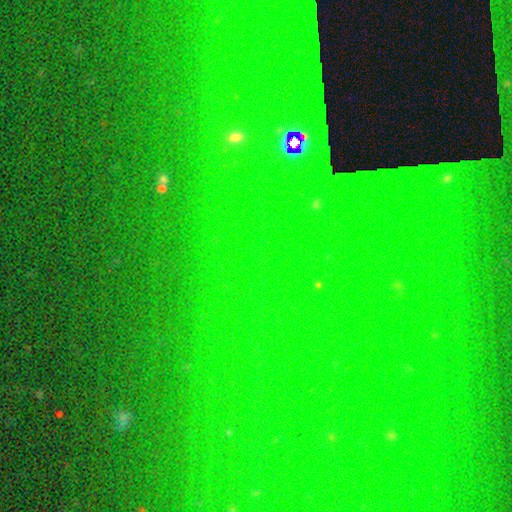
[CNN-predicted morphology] A star or artifact, not a galaxy (80%).